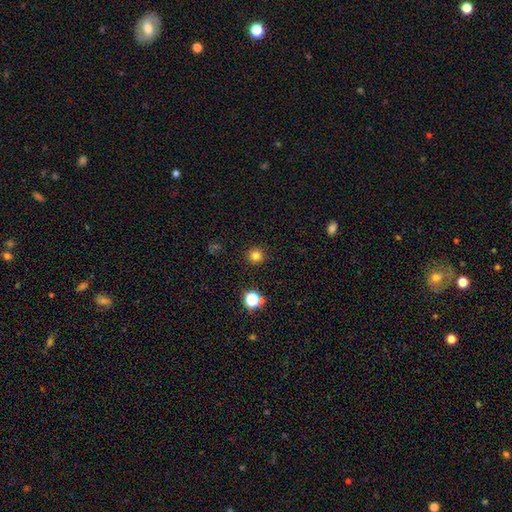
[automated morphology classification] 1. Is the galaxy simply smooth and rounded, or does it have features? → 79% smooth, 16% star or artifact, 5% featured or disk.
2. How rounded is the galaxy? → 95% round, 4% in between, 1% cigar-shaped.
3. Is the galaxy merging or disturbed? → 91% none, 5% minor disturbance, 2% major disturbance, 1% merger.